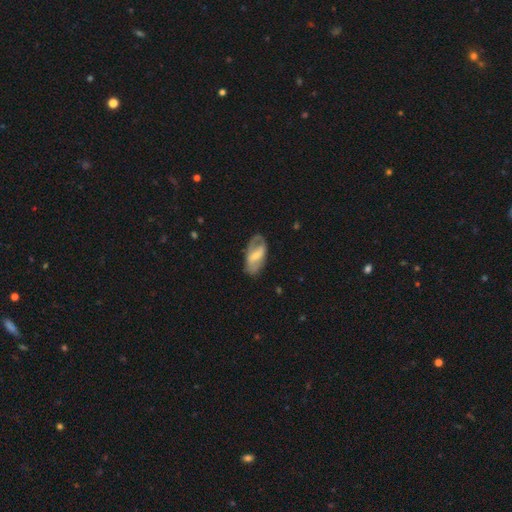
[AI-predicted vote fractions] A featured or disk galaxy (57%) with a weak bar (39%), spiral arms (56%) and a small central bulge (44%).

Vote fractions:
- Smooth or featured? featured or disk: 57% / smooth: 37% / star or artifact: 6%
- Edge-on disk? no: 91% / yes: 9%
- Bar? weak: 39% / strong: 38% / no: 22%
- Spiral arms? yes: 56% / no: 44%
- Bulge size? small: 44% / moderate: 42% / none: 8% / large: 5% / dominant: 1%
- Merging? none: 64% / minor disturbance: 23% / major disturbance: 12% / merger: 2%